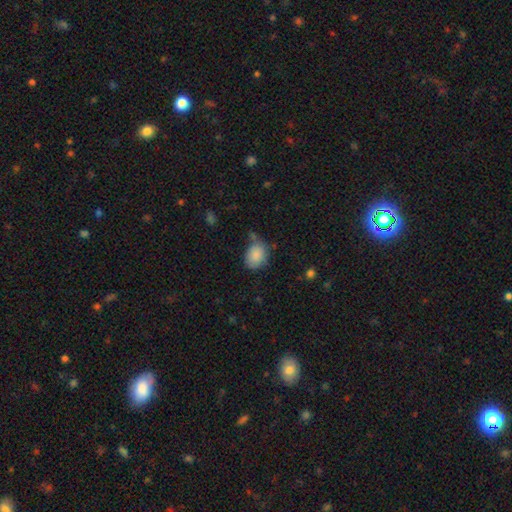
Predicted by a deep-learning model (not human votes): Morphology: type=smooth (87%); roundness=in between (65%); merging=none (58%).